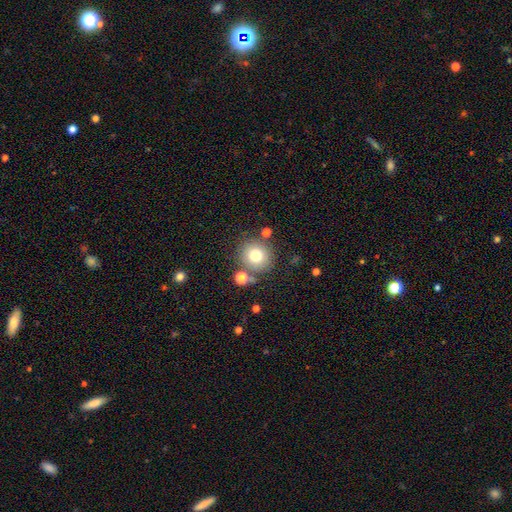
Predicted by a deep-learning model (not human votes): smooth-or-featured: smooth: 76% | featured or disk: 12% | star or artifact: 12%
  how-rounded: round: 90% | in between: 9% | cigar-shaped: 1%
  merging: none: 77% | minor disturbance: 10% | merger: 9% | major disturbance: 4%